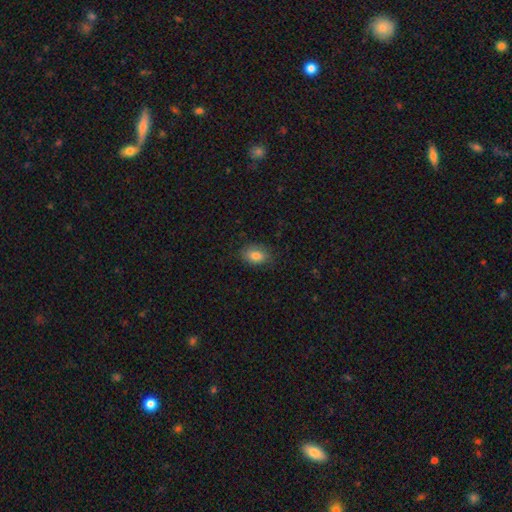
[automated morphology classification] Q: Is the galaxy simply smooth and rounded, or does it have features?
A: smooth — 82%.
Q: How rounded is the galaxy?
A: in between — 83%.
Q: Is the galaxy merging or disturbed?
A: none — 79%.